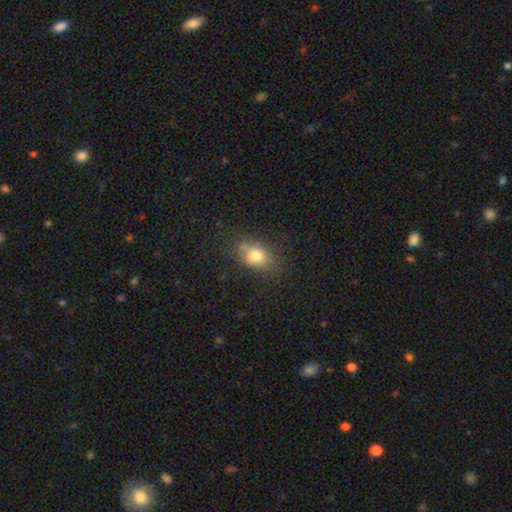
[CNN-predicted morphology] This is likely a smooth galaxy (78%). How rounded: likely in between (68%). Merging: likely none (71%).